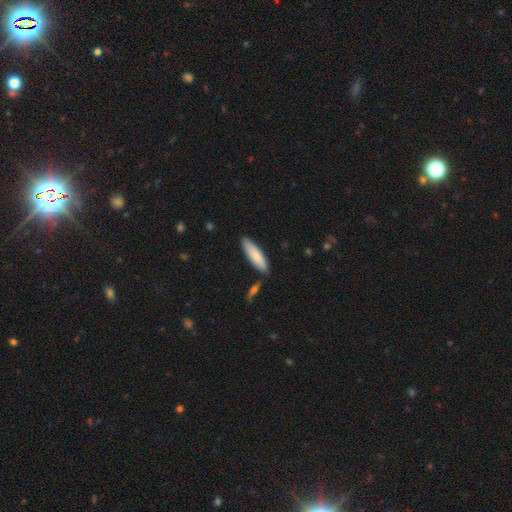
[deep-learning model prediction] smooth 82%, featured or disk 13%, star or artifact 5%. Down the decision tree: how rounded — cigar-shaped (66%); merging — none (84%).